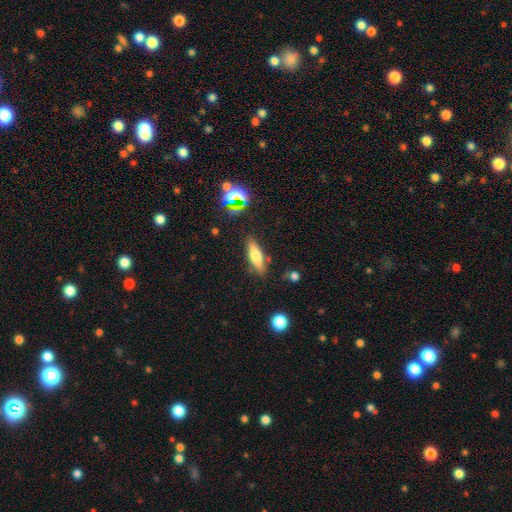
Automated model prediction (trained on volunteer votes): Morphology: type=smooth (64%); roundness=cigar-shaped (60%); merging=none (82%).